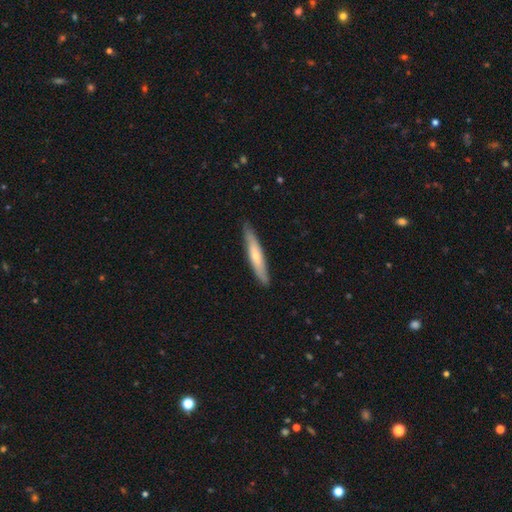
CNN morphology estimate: A smooth galaxy with no disk features (54%) that is cigar-shaped (91%). Merging: none (87%).